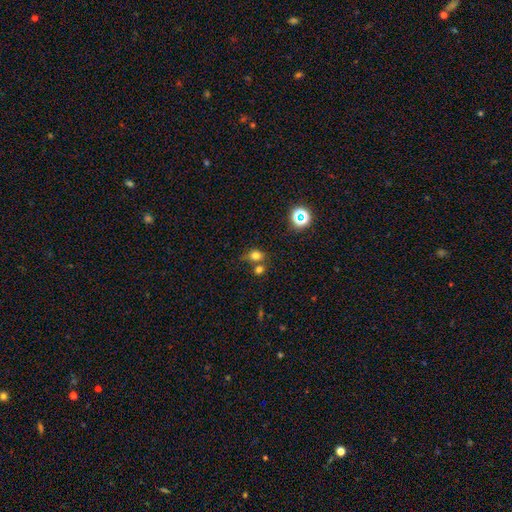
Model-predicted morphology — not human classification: This is likely a smooth galaxy (73%). How rounded: likely round (62%). Merging: possibly none (52%).